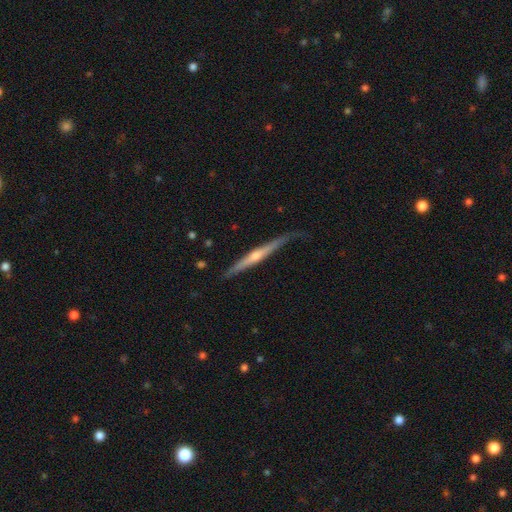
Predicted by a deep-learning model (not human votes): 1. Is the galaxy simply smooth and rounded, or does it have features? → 70% featured or disk, 25% smooth, 5% star or artifact.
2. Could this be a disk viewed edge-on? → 97% yes, 3% no.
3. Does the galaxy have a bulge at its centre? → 74% rounded, 22% none, 4% boxy.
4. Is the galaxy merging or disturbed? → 70% none, 23% minor disturbance, 5% major disturbance, 2% merger.